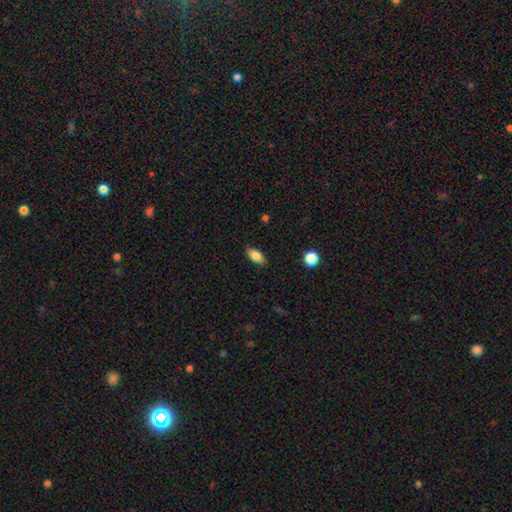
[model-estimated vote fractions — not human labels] Smooth or featured? smooth (81%)
How rounded? in between (88%)
Merging? none (86%)